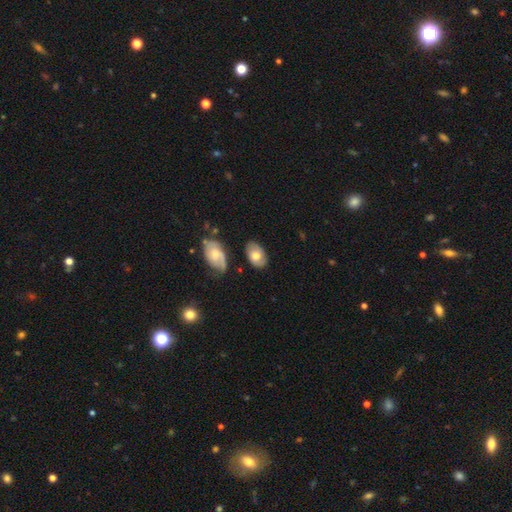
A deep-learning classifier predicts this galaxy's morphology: This appears to be a smooth galaxy with no disk features (60%) that is in between round and cigar-shaped (89%). Merging: none (71%).